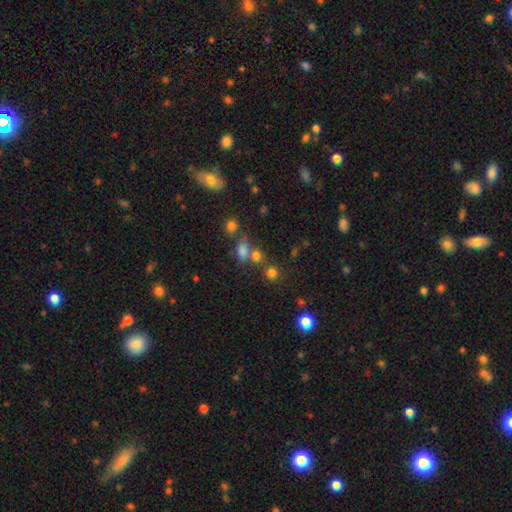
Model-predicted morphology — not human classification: type=smooth (66%); roundness=round (59%); merging=none (55%).